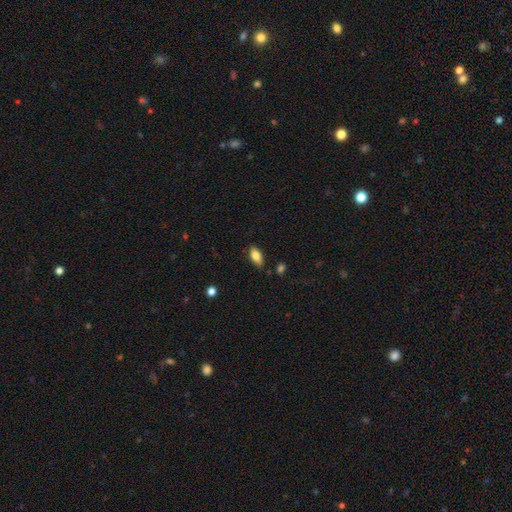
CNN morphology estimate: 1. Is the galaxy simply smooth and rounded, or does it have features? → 80% smooth, 12% featured or disk, 8% star or artifact.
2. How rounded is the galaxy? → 89% in between, 8% cigar-shaped, 4% round.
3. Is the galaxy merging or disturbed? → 77% none, 18% minor disturbance, 3% major disturbance, 2% merger.